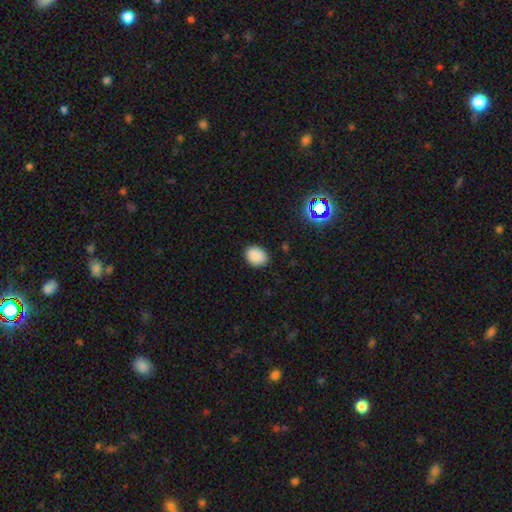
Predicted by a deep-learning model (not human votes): Smooth or featured? Predicted: smooth (p=0.87). How rounded? Predicted: in between (p=0.58). Merging? Predicted: none (p=0.87).